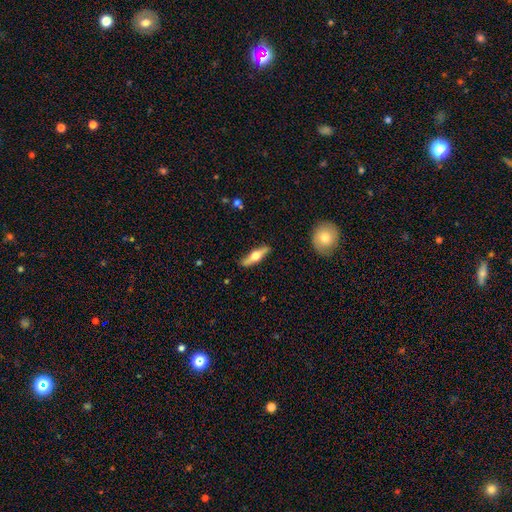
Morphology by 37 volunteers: Smooth or featured? featured or disk (81%)
Edge-on disk? yes (100%)
Edge-on bulge? rounded (100%)
Merging? none (94%)